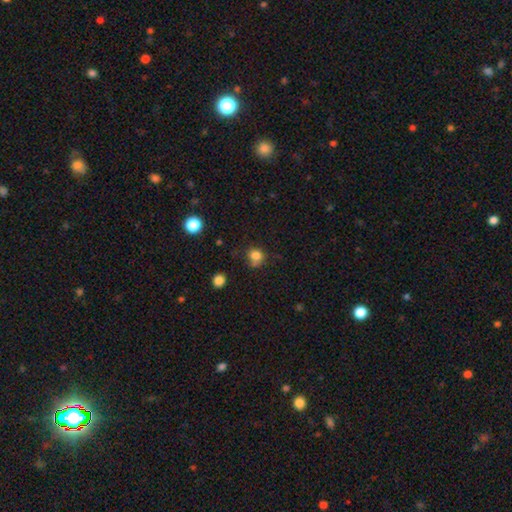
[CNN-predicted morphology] A smooth galaxy with no disk features (80%) that is round (74%). Merging: none (55%).